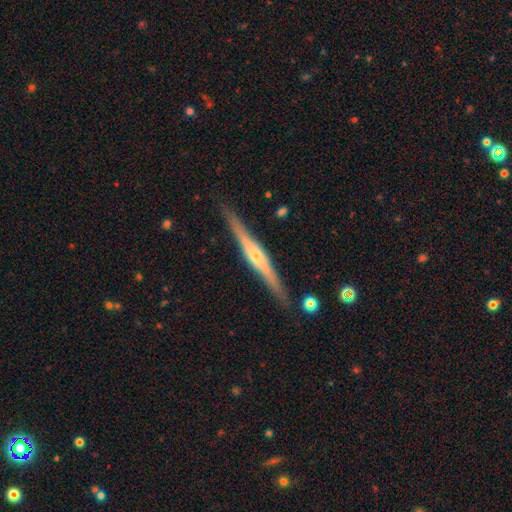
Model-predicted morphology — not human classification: The model was most divided on "smooth or featured": featured or disk: 79%, smooth: 16%, star or artifact: 6%. More confident: edge-on disk — yes (98%); merging — none (90%); edge-on bulge — rounded (77%).